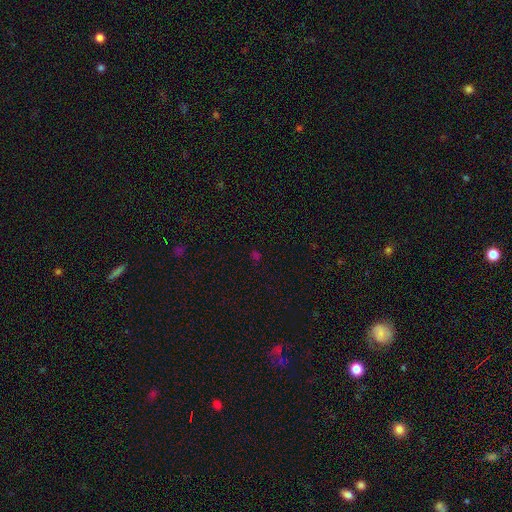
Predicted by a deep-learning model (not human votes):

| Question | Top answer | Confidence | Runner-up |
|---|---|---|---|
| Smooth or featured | star or artifact | 51% | smooth (43%) |